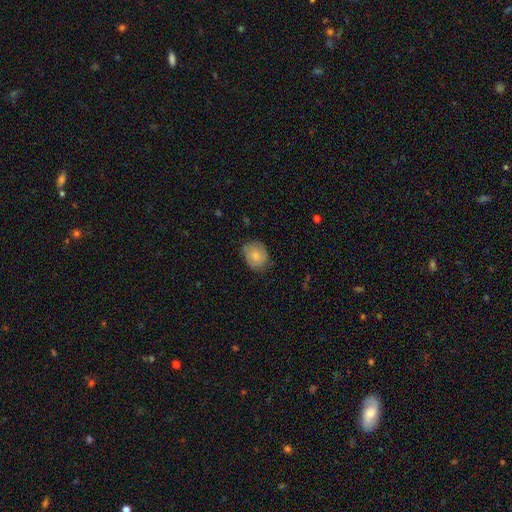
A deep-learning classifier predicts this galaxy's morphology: A smooth galaxy with no disk features (81%) that is round (58%).

Vote fractions:
- Smooth or featured? smooth: 81% / featured or disk: 12% / star or artifact: 7%
- How rounded? round: 58% / in between: 41% / cigar-shaped: 1%
- Merging? none: 70% / minor disturbance: 23% / major disturbance: 5% / merger: 1%